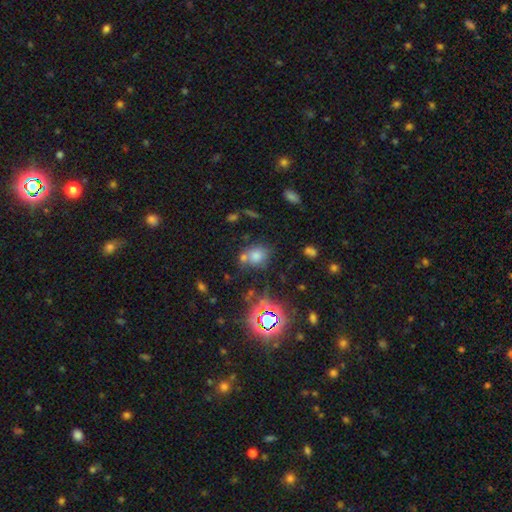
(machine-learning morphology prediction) Overall: smooth (66%). How rounded: round (59%; in between 40%). Merging: none (56%; merger 24%).